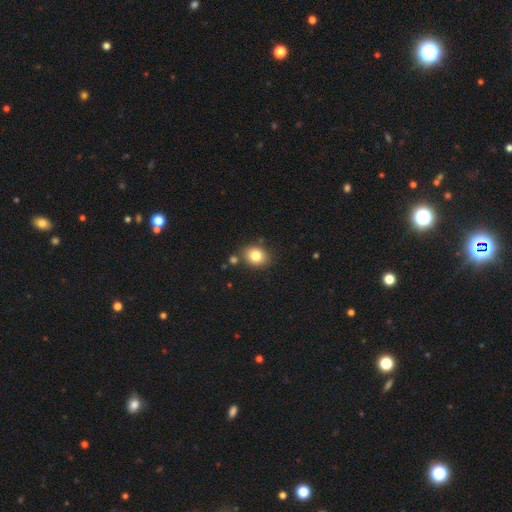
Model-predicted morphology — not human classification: Smooth or featured: smooth — 81% (star or artifact — 10%)
How rounded: round — 54% (in between — 45%)
Merging: none — 79% (minor disturbance — 11%)